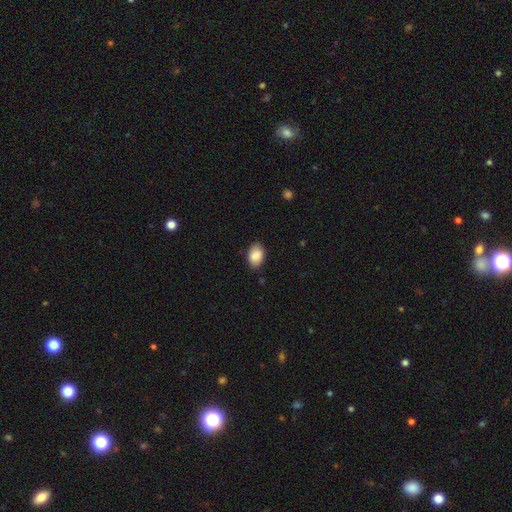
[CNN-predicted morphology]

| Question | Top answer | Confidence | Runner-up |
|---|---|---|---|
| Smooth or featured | smooth | 87% | star or artifact (7%) |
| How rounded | in between | 89% | round (10%) |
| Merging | none | 83% | minor disturbance (13%) |